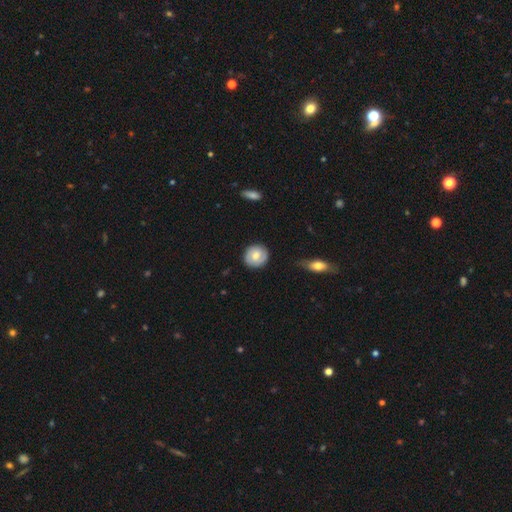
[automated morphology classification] Smooth or featured: smooth — 64% (featured or disk — 30%)
How rounded: round — 85% (in between — 14%)
Merging: none — 83% (minor disturbance — 13%)